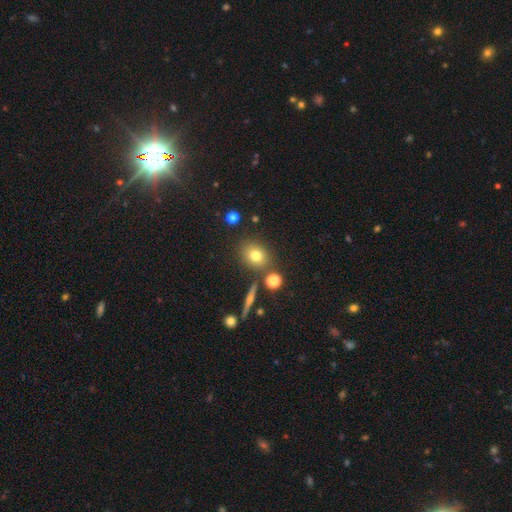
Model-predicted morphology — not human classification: Smooth or featured?
  - smooth: 72% *
  - featured or disk: 14%
  - star or artifact: 14%
How rounded?
  - round: 61% *
  - in between: 37%
  - cigar-shaped: 2%
Merging?
  - none: 78% *
  - minor disturbance: 11%
  - merger: 8%
  - major disturbance: 3%